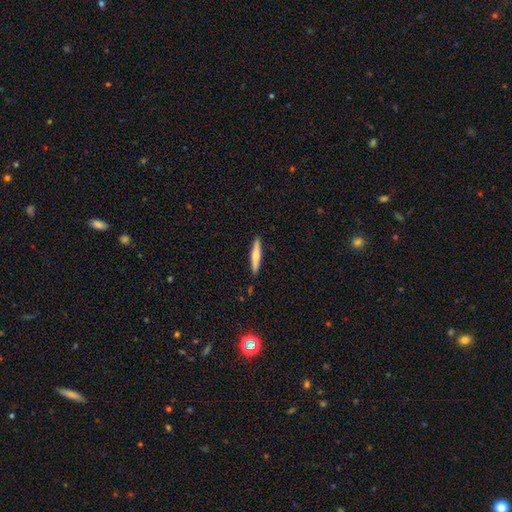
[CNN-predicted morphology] Q: Smooth or featured?
A: smooth (67%); runner-up: featured or disk (27%)
Q: How rounded?
A: cigar-shaped (90%); runner-up: in between (8%)
Q: Merging?
A: none (90%); runner-up: minor disturbance (7%)